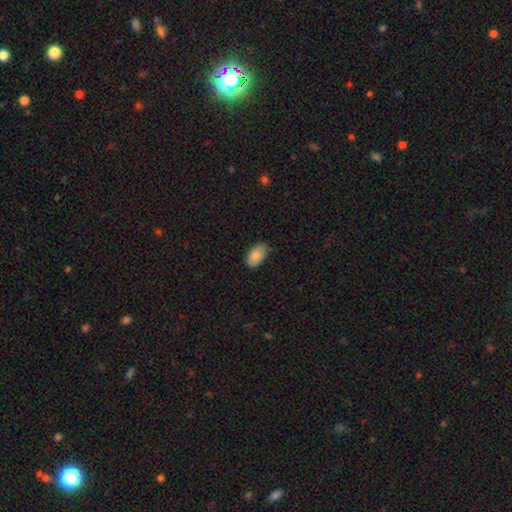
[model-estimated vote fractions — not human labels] A smooth galaxy with no disk features (85%) that is in between round and cigar-shaped (95%). Merging: none (83%).